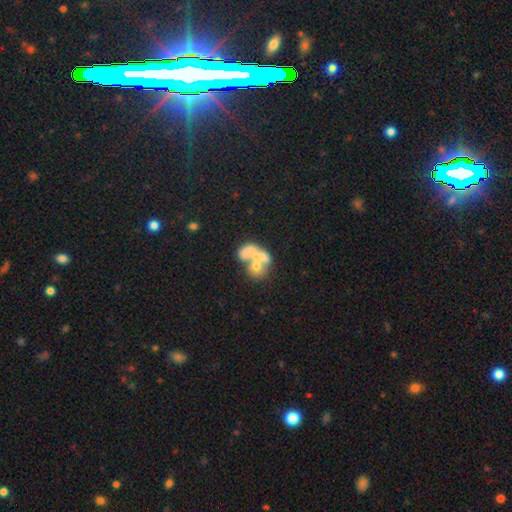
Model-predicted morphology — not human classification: Overall: featured or disk (49%; smooth 39%). Merging: merger (59%).